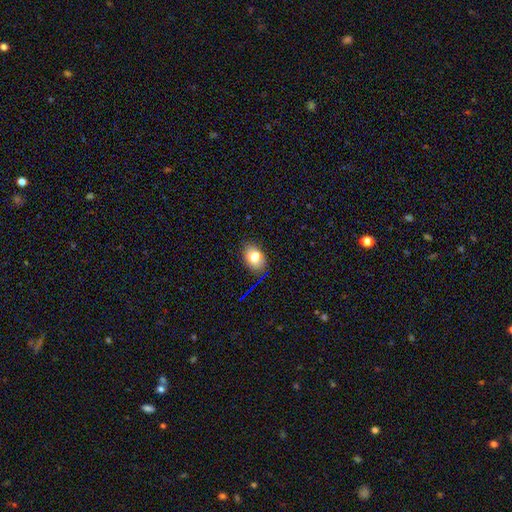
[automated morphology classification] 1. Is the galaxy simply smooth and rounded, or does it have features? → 74% smooth, 14% featured or disk, 13% star or artifact.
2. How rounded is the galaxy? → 79% in between, 20% round, 2% cigar-shaped.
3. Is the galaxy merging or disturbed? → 81% none, 14% minor disturbance, 3% major disturbance, 1% merger.